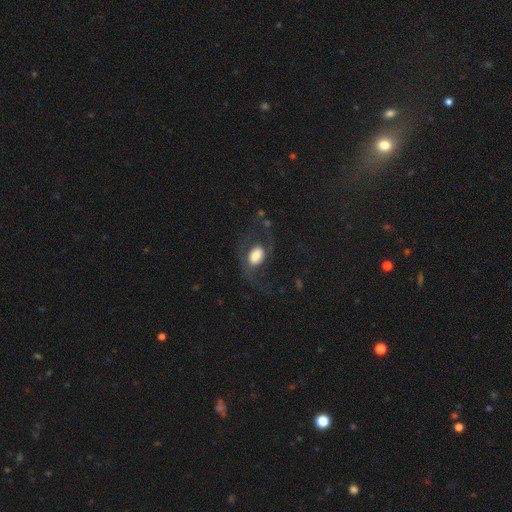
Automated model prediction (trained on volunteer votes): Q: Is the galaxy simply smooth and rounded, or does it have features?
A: featured or disk — 49%.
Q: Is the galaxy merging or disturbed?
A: none — 43%.